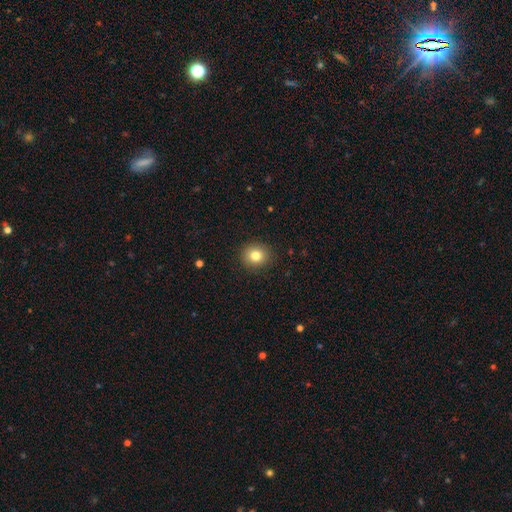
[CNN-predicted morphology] This appears to be a smooth galaxy with no disk features (81%) that is round (82%). Merging: none (90%).